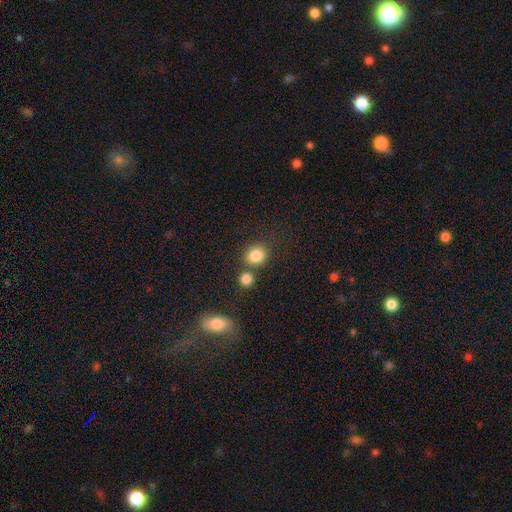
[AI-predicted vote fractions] smooth_or_featured: smooth (p=0.83) [alt: star or artifact p=0.11]
how_rounded: round (p=0.76) [alt: in between p=0.23]
merging: none (p=0.65) [alt: merger p=0.22]